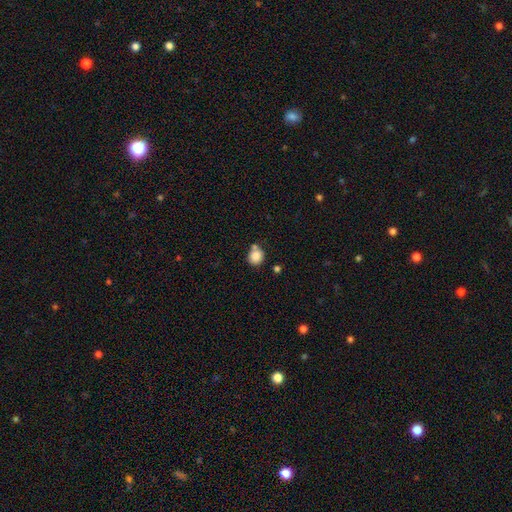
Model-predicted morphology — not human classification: Smooth or featured: smooth — 84% (star or artifact — 9%)
How rounded: round — 81% (in between — 18%)
Merging: none — 65% (merger — 17%)